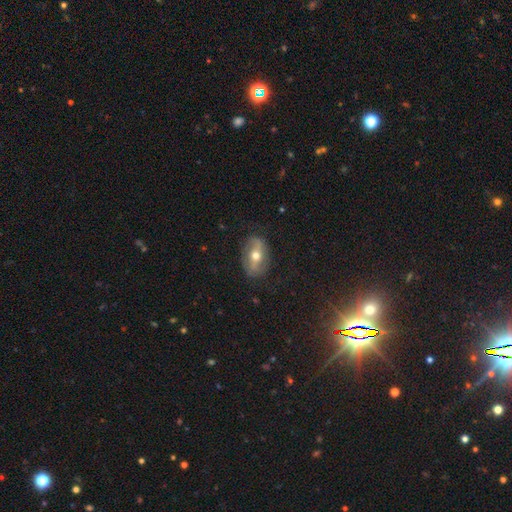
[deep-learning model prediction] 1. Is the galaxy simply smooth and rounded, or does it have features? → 64% featured or disk, 29% smooth, 7% star or artifact.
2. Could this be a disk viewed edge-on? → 89% no, 11% yes.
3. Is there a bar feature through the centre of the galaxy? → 44% strong, 29% weak, 27% no.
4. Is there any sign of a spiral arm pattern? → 62% yes, 38% no.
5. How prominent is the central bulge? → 76% moderate, 17% small, 5% large, 1% dominant, 1% none.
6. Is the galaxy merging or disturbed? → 80% none, 14% minor disturbance, 5% major disturbance, 1% merger.